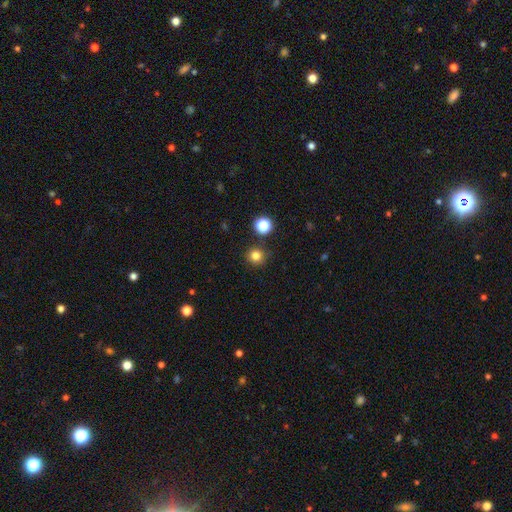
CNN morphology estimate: Smooth or featured: smooth — 81% (star or artifact — 14%)
How rounded: round — 94% (in between — 5%)
Merging: none — 88% (minor disturbance — 6%)